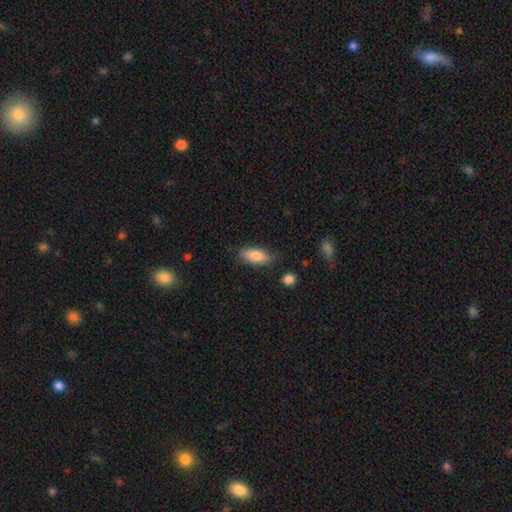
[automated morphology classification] smooth_or_featured: smooth (p=0.82) [alt: featured or disk p=0.11]
how_rounded: in between (p=0.76) [alt: cigar-shaped p=0.22]
merging: none (p=0.78) [alt: minor disturbance p=0.16]